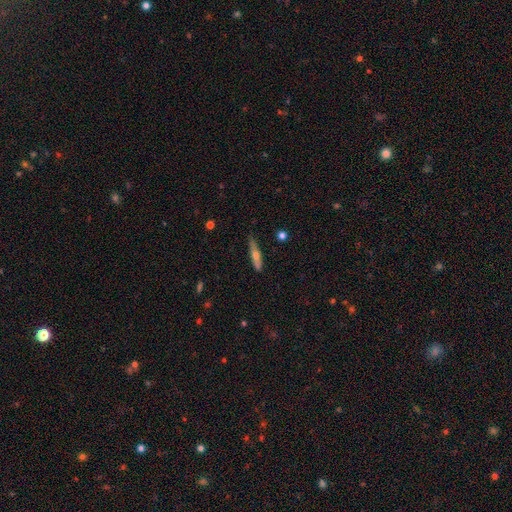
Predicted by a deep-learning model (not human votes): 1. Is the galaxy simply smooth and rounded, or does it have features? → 47% featured or disk, 46% smooth, 6% star or artifact.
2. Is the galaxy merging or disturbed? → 79% none, 17% minor disturbance, 3% major disturbance, 2% merger.